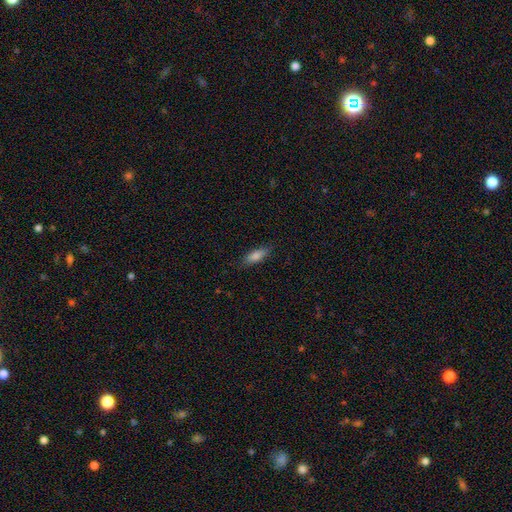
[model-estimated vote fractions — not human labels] A smooth galaxy with no disk features (77%) that is in between round and cigar-shaped (54%). Merging: none (83%).